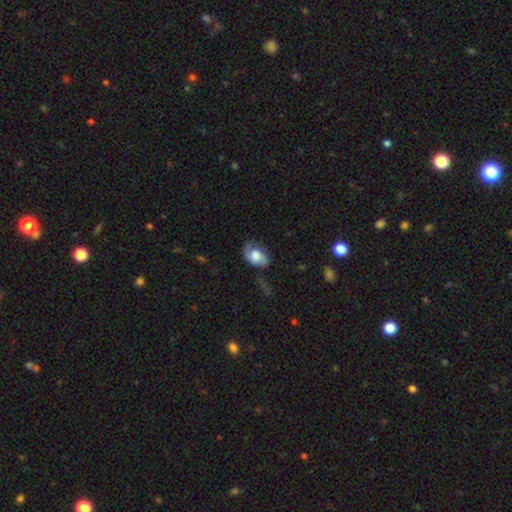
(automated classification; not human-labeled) Smooth or featured? featured or disk (49%)
Merging? none (48%)